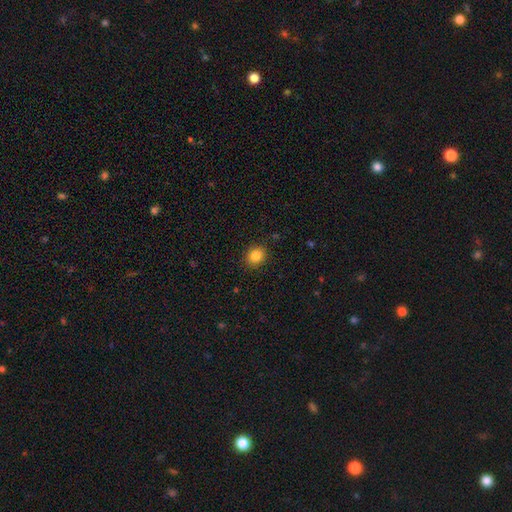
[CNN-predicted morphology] Smooth or featured?
  - smooth: 84% *
  - star or artifact: 11%
  - featured or disk: 6%
How rounded?
  - round: 77% *
  - in between: 22%
  - cigar-shaped: 1%
Merging?
  - none: 89% *
  - minor disturbance: 8%
  - major disturbance: 2%
  - merger: 1%